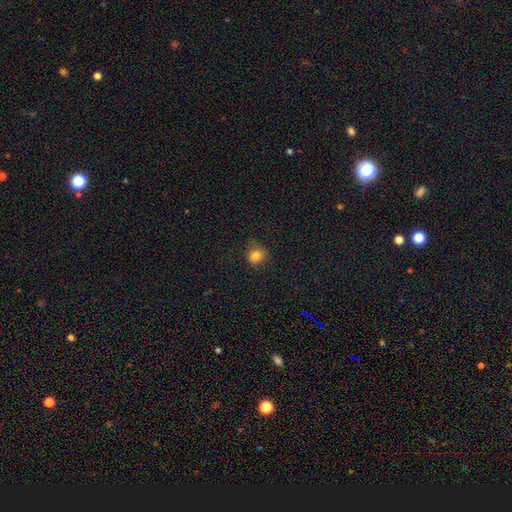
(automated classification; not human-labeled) This appears to be a smooth galaxy with no disk features (80%) that is round (70%). Merging: none (64%).